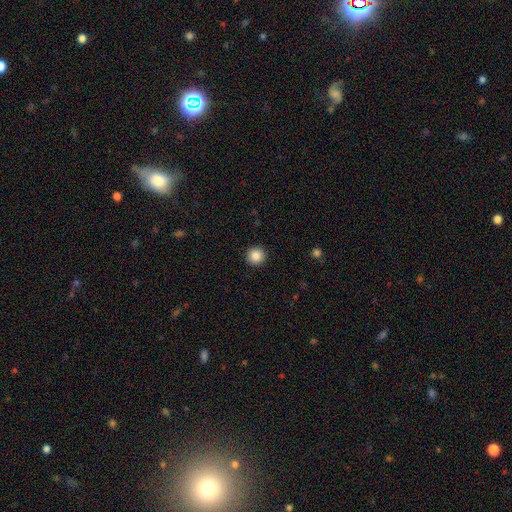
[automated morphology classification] type=smooth (88%); roundness=round (95%); merging=none (93%).